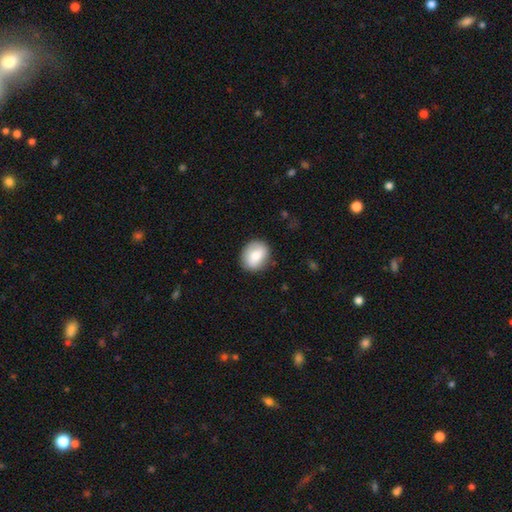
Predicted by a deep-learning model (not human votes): Overall: smooth (72%). How rounded: round (65%; in between 34%). Merging: none (85%).